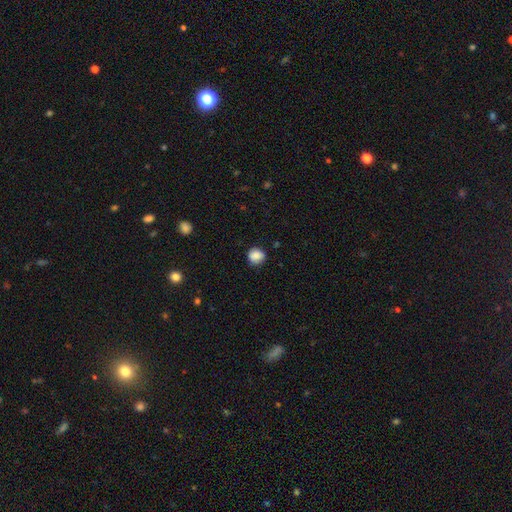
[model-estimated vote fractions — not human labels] Q: Smooth or featured?
A: smooth (86%); runner-up: star or artifact (9%)
Q: How rounded?
A: round (79%); runner-up: in between (20%)
Q: Merging?
A: none (78%); runner-up: minor disturbance (17%)